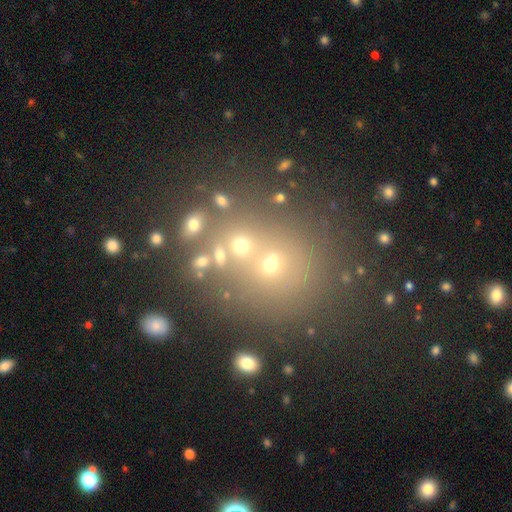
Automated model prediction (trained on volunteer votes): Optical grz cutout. It shows a star or artifact, not a galaxy (42%).